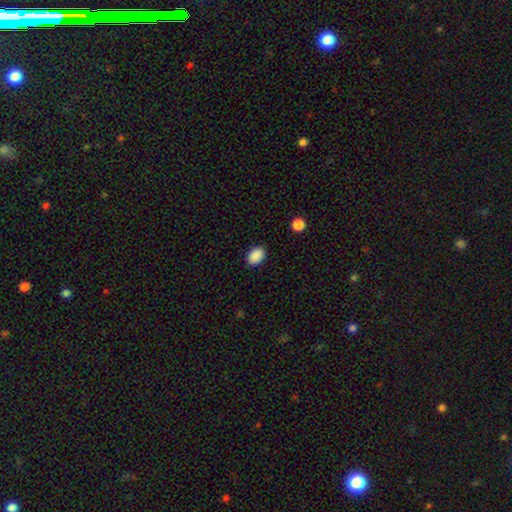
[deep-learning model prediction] Q: Smooth or featured?
A: smooth (90%); runner-up: star or artifact (8%)
Q: How rounded?
A: in between (83%); runner-up: round (16%)
Q: Merging?
A: none (88%); runner-up: minor disturbance (9%)